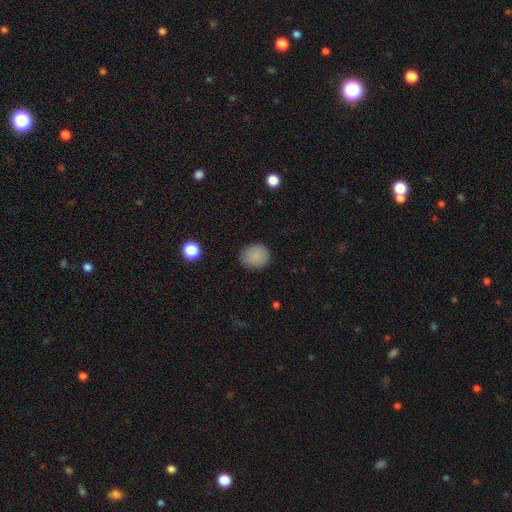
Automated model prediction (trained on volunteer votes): Smooth or featured? smooth (86%)
How rounded? round (75%)
Merging? none (85%)